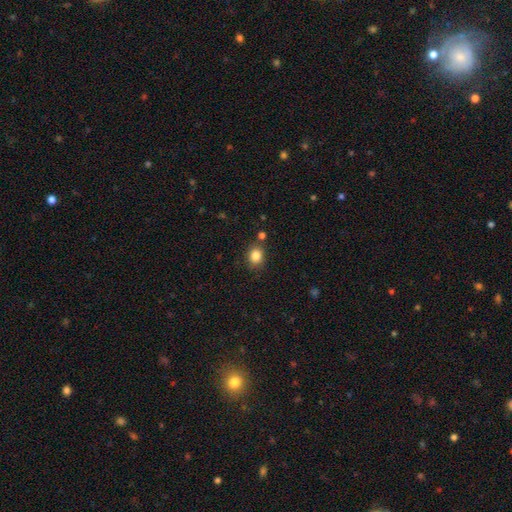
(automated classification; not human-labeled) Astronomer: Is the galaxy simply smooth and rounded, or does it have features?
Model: smooth — 84%.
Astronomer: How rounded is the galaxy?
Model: round — 61% (runner-up: in between, 38%).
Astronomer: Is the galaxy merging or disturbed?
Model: none — 79%.